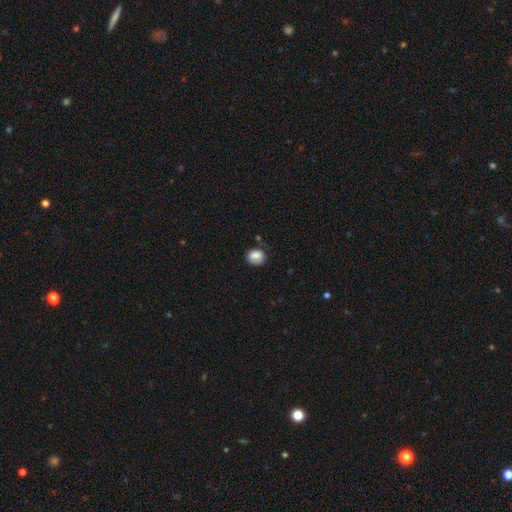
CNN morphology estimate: smooth-or-featured: smooth: 82% | featured or disk: 9% | star or artifact: 9%
  how-rounded: round: 58% | in between: 41% | cigar-shaped: 1%
  merging: none: 68% | minor disturbance: 22% | major disturbance: 6% | merger: 3%